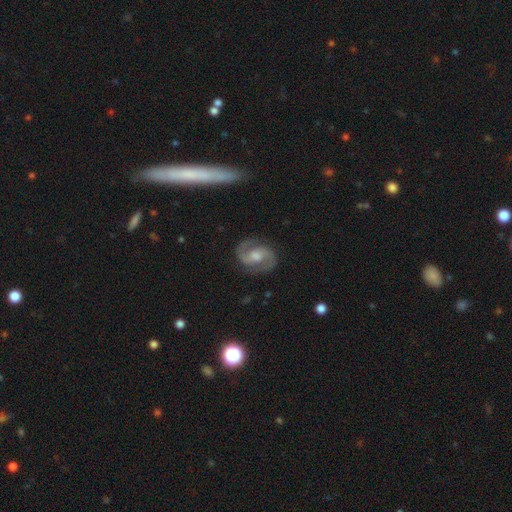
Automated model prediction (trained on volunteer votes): Smooth or featured: featured or disk — 87% (smooth — 8%)
Edge-on disk: no — 97% (yes — 3%)
Bar: weak — 45% (no — 39%)
Spiral arms: yes — 97% (no — 3%)
Spiral winding: medium — 57% (tight — 26%)
Spiral arm count: 2 — 93% (can't tell — 3%)
Bulge size: moderate — 60% (small — 27%)
Merging: none — 84% (minor disturbance — 11%)